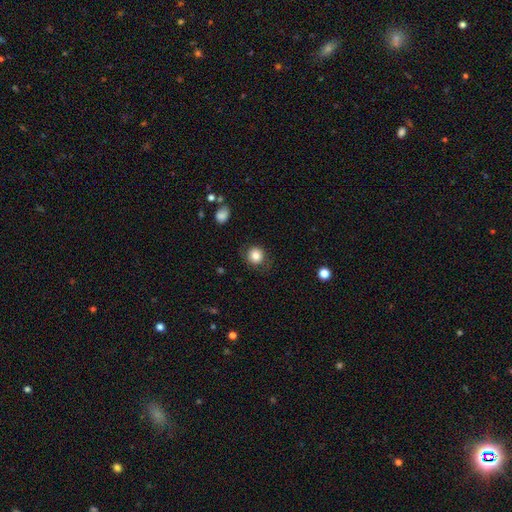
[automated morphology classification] smooth_or_featured: smooth (p=0.83) [alt: star or artifact p=0.10]
how_rounded: round (p=0.89) [alt: in between p=0.10]
merging: none (p=0.79) [alt: minor disturbance p=0.14]